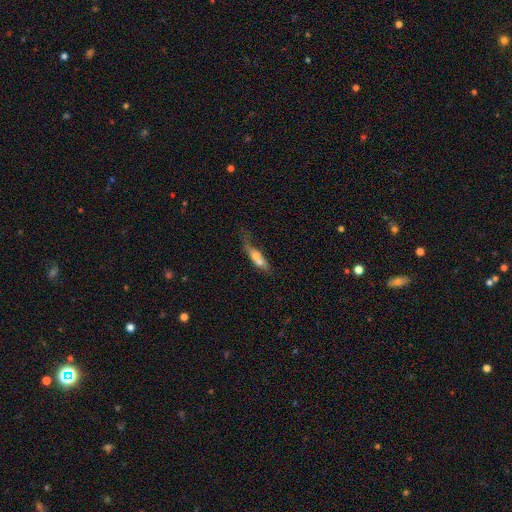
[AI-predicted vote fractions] A smooth galaxy with no disk features (49%).

Vote fractions:
- Smooth or featured? smooth: 49% / featured or disk: 40% / star or artifact: 11%
- Merging? merger: 40% / none: 26% / major disturbance: 18% / minor disturbance: 16%